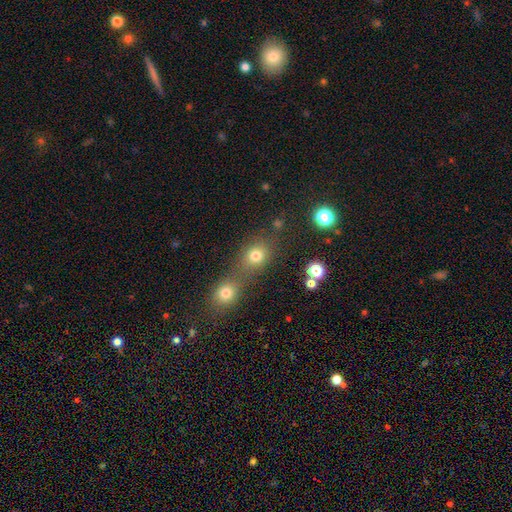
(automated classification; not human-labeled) A smooth galaxy with no disk features (75%) that is round (68%). Merging: merger (46%).